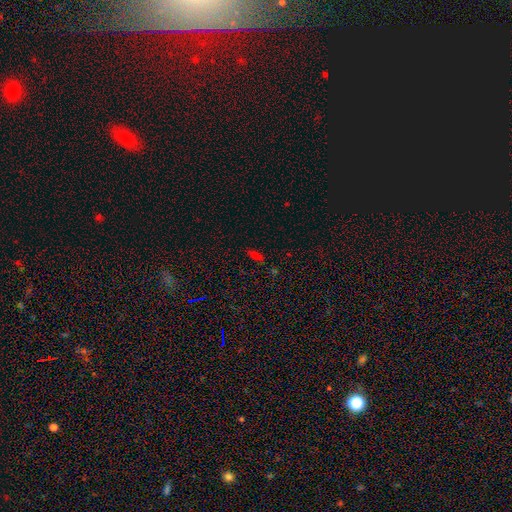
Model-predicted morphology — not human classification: smooth-or-featured: smooth: 60% | star or artifact: 28% | featured or disk: 11%
  how-rounded: in between: 71% | cigar-shaped: 23% | round: 5%
  merging: none: 76% | minor disturbance: 15% | major disturbance: 5% | merger: 4%